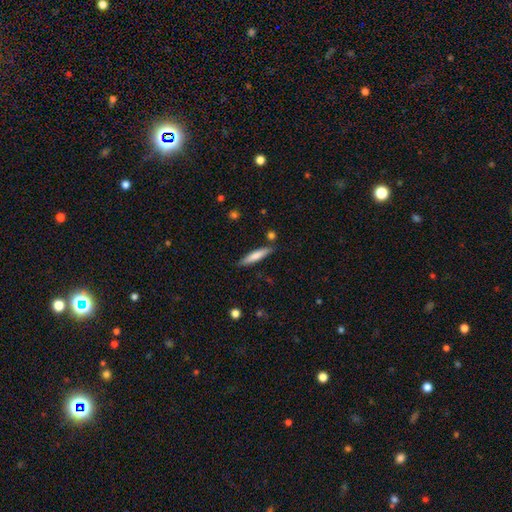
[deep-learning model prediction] This is likely a smooth galaxy (70%). How rounded: clearly cigar-shaped (87%). Merging: clearly none (84%).